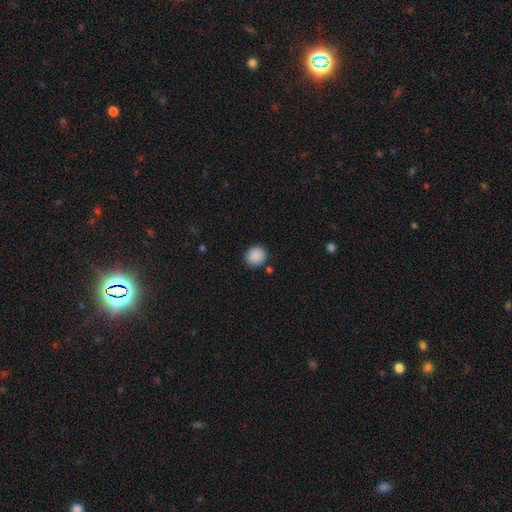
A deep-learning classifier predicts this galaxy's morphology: smooth_or_featured: smooth (p=0.89) [alt: star or artifact p=0.08]
how_rounded: round (p=0.89) [alt: in between p=0.10]
merging: none (p=0.86) [alt: minor disturbance p=0.09]